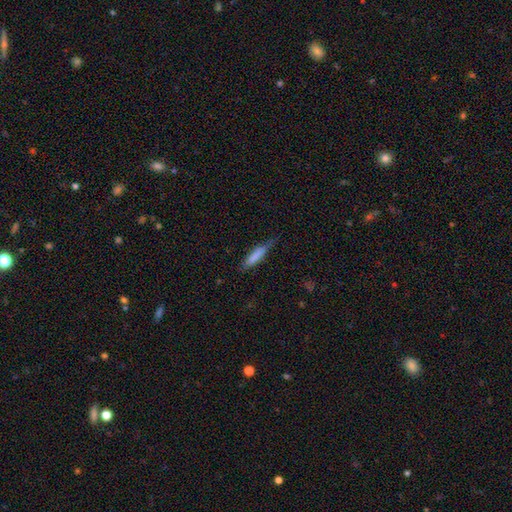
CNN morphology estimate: This appears to be a smooth galaxy with no disk features (75%) that is cigar-shaped (81%). Merging: none (65%).